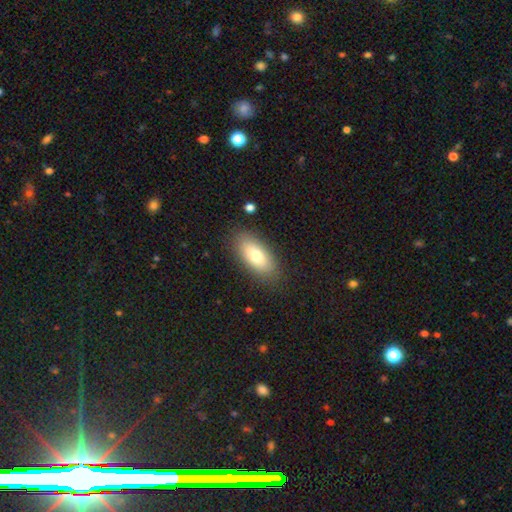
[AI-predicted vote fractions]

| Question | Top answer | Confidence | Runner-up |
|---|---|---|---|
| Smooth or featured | smooth | 73% | featured or disk (20%) |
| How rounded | in between | 88% | cigar-shaped (8%) |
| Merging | none | 84% | minor disturbance (11%) |